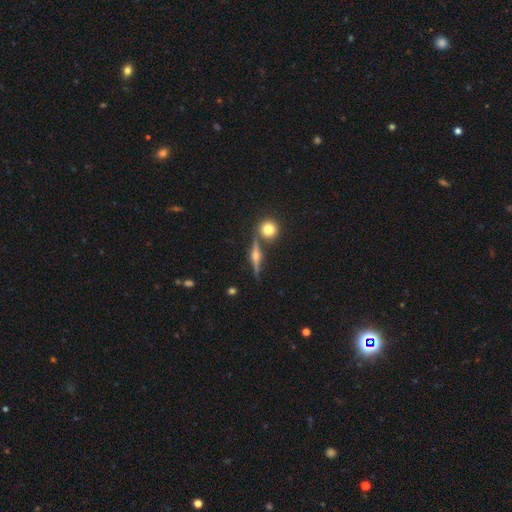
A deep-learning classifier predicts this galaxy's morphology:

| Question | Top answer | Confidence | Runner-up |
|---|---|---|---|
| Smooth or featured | featured or disk | 76% | smooth (16%) |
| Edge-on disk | yes | 96% | no (4%) |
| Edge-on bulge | rounded | 92% | boxy (5%) |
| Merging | none | 81% | minor disturbance (8%) |